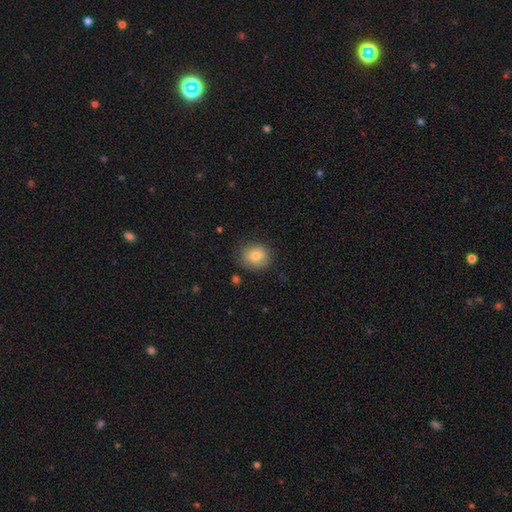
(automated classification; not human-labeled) This appears to be a smooth galaxy with no disk features (79%) that is round (73%). Merging: none (80%).